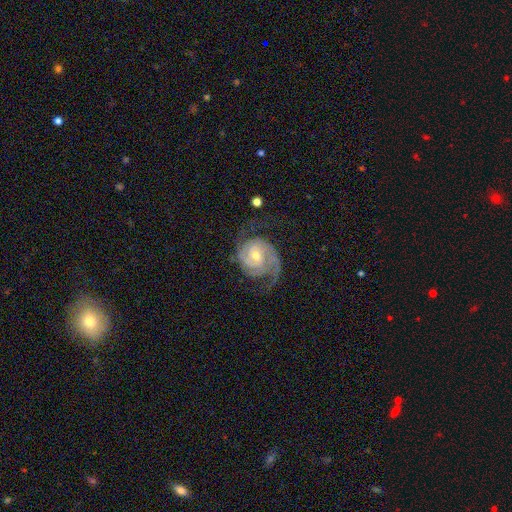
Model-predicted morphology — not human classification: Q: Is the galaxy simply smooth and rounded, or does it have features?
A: featured or disk — 89%.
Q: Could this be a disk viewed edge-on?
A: no — 98%.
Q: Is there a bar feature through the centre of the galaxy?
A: no — 58%.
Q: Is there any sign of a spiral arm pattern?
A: yes — 98%.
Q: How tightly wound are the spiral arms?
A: tight — 48%.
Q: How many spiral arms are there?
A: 2 — 62%.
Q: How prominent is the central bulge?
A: moderate — 53%.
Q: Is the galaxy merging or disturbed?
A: none — 63%.